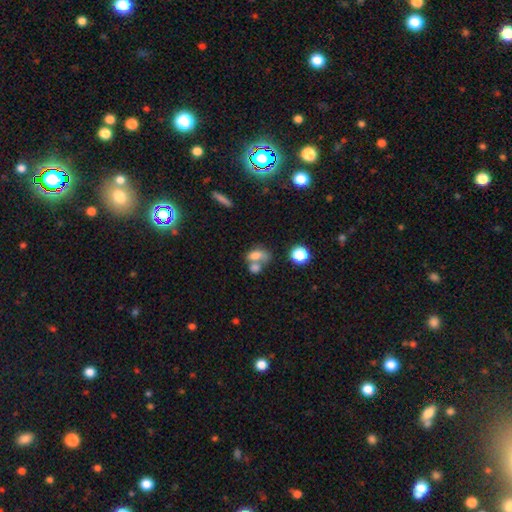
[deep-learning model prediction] Smooth or featured? smooth (72%)
How rounded? in between (78%)
Merging? merger (55%)